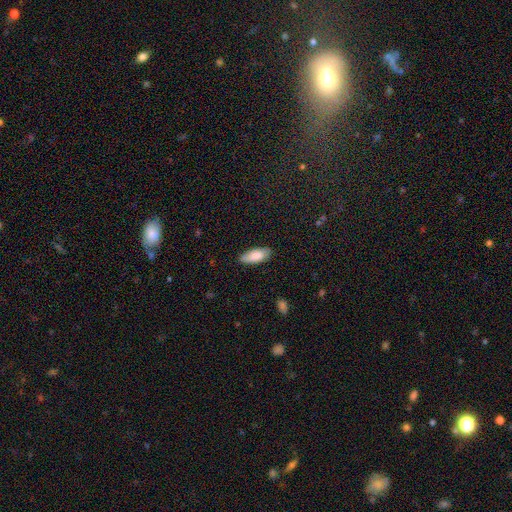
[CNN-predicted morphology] smooth_or_featured: smooth (p=0.82) [alt: featured or disk p=0.12]
how_rounded: in between (p=0.83) [alt: cigar-shaped p=0.15]
merging: none (p=0.80) [alt: minor disturbance p=0.16]